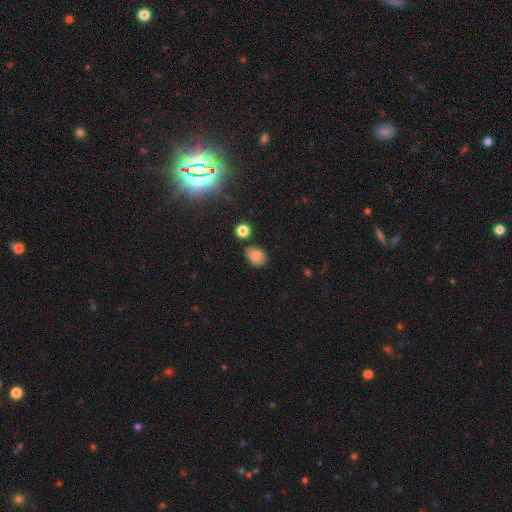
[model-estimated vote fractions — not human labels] smooth 74%, featured or disk 13%, star or artifact 13%. Down the decision tree: how rounded — in between (62%); merging — none (69%).